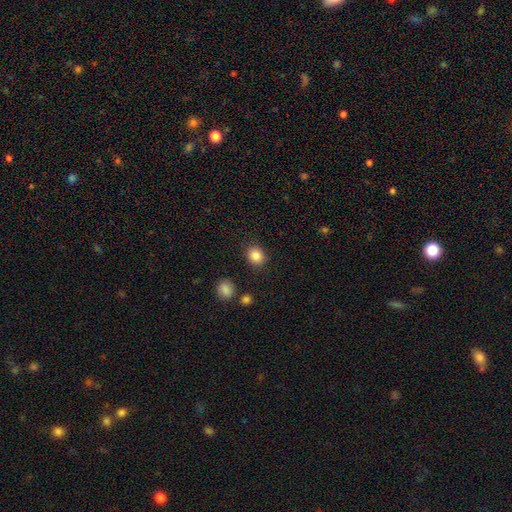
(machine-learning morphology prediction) smooth-or-featured: smooth: 86% | star or artifact: 10% | featured or disk: 4%
  how-rounded: round: 69% | in between: 30% | cigar-shaped: 1%
  merging: none: 88% | minor disturbance: 8% | major disturbance: 3% | merger: 2%